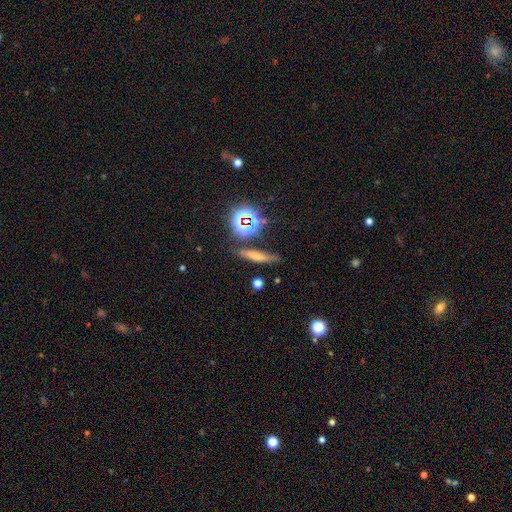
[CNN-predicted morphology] type=smooth (36%, tied with featured or disk); merging=none (81%).